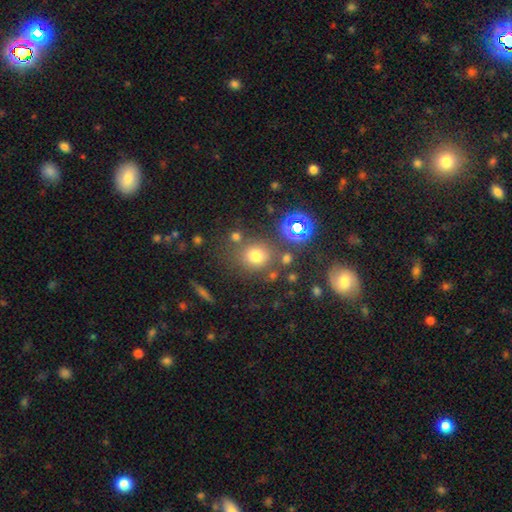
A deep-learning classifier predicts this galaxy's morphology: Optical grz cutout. It shows a smooth galaxy with no disk features (69%) that is round (82%). Merging: none (73%).